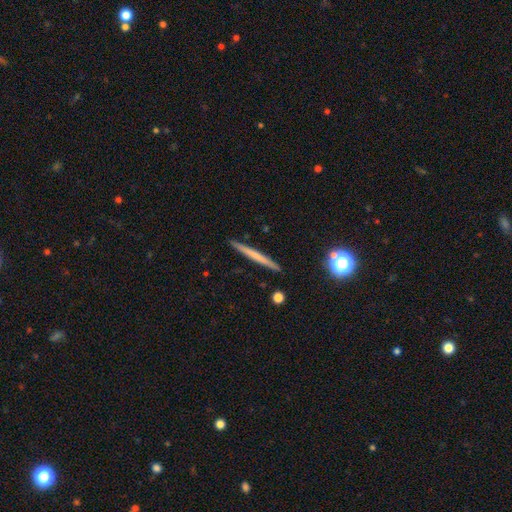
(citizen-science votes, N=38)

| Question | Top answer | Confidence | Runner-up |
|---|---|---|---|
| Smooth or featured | featured or disk | 58% | smooth (39%) |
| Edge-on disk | yes | 91% | no (9%) |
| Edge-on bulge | none | 80% | rounded (20%) |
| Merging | none | 86% | minor disturbance (11%) |